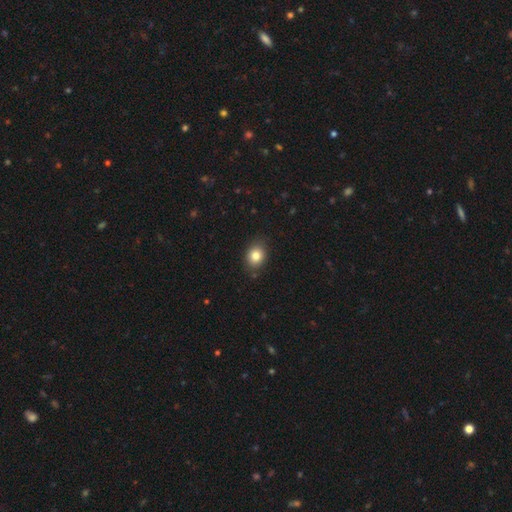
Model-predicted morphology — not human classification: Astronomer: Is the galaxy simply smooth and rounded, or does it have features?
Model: smooth — 83%.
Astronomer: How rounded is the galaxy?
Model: in between — 51% (runner-up: round, 48%).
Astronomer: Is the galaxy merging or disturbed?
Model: none — 83%.